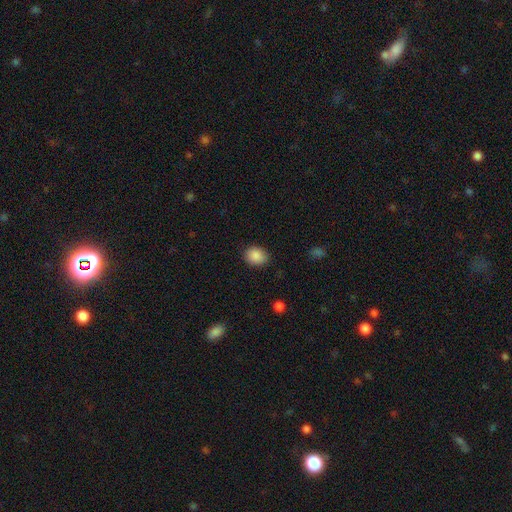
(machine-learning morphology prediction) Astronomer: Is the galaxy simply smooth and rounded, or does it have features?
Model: smooth — 88%.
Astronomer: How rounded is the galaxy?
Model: round — 50% (runner-up: in between, 49%).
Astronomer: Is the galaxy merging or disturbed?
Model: none — 85%.